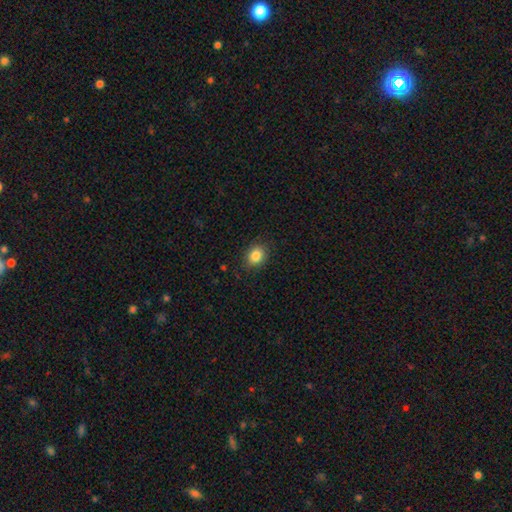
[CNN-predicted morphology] Smooth or featured: smooth — 85% (star or artifact — 9%)
How rounded: round — 55% (in between — 44%)
Merging: none — 86% (minor disturbance — 10%)